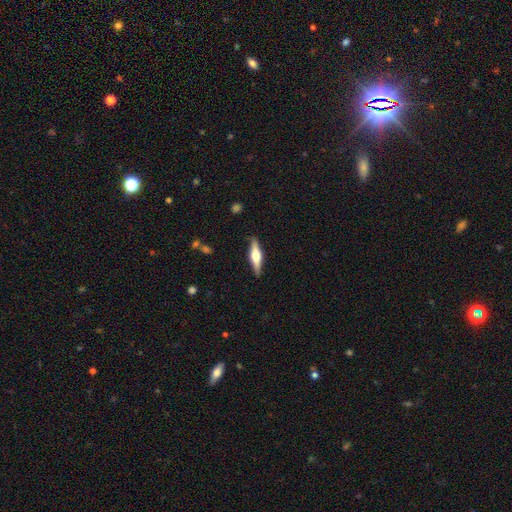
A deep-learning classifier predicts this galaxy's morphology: Smooth or featured? Predicted: featured or disk (p=0.64). Edge-on disk? Predicted: yes (p=0.97). Edge-on bulge? Predicted: rounded (p=0.90). Merging? Predicted: none (p=0.89).